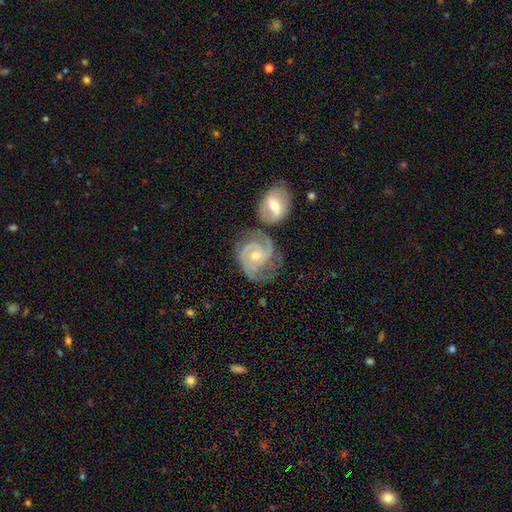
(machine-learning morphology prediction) smooth-or-featured: featured or disk: 88% | smooth: 7% | star or artifact: 5%
  disk-edge-on: no: 98% | yes: 2%
    bar: no: 62% | weak: 29% | strong: 9%
    has-spiral-arms: yes: 97% | no: 3%
      spiral-winding: tight: 58% | medium: 36% | loose: 7%
      spiral-arm-count: 2: 42% | 3: 34% | can't tell: 13% | 4: 5% | 1: 4% | more than 4: 3%
    bulge-size: moderate: 60% | small: 36% | large: 2% | none: 1% | dominant: 1%
  merging: none: 49% | merger: 22% | minor disturbance: 20% | major disturbance: 9%